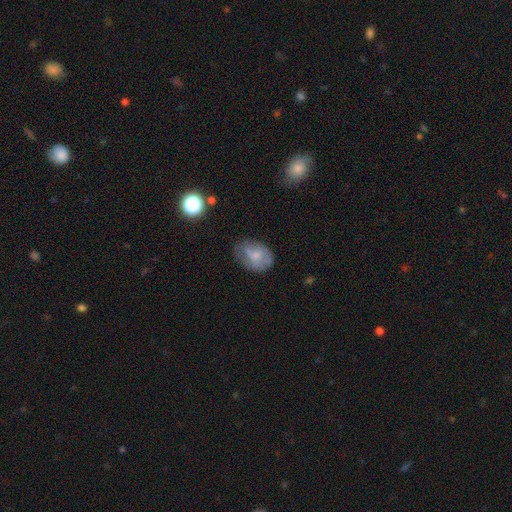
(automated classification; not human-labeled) This is likely a smooth galaxy (62%). How rounded: likely in between (73%). Merging: possibly none (52%).